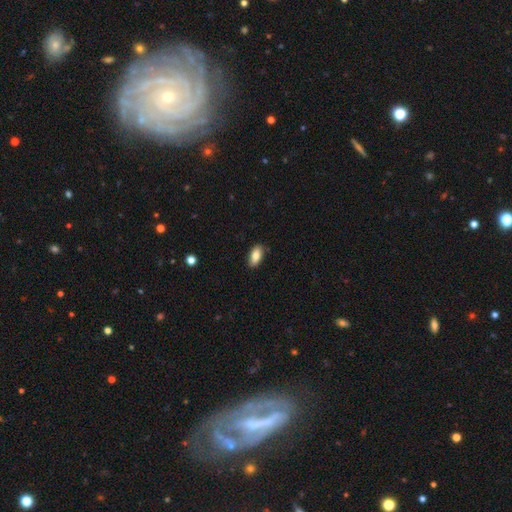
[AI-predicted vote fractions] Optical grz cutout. It shows a smooth galaxy with no disk features (83%) that is in between round and cigar-shaped (89%). Merging: none (85%).